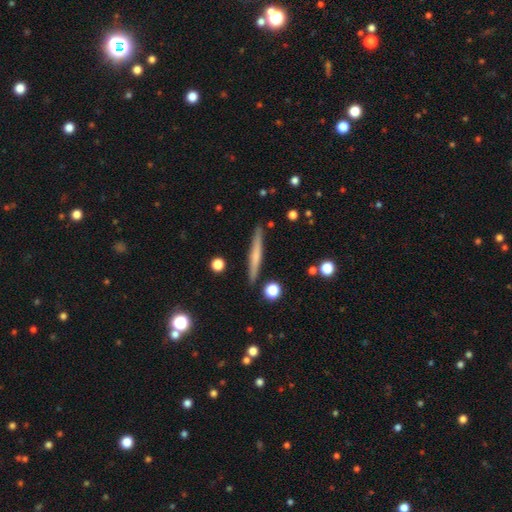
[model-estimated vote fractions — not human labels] Smooth or featured? Predicted: smooth (p=0.51). How rounded? Predicted: cigar-shaped (p=0.95). Merging? Predicted: none (p=0.90).